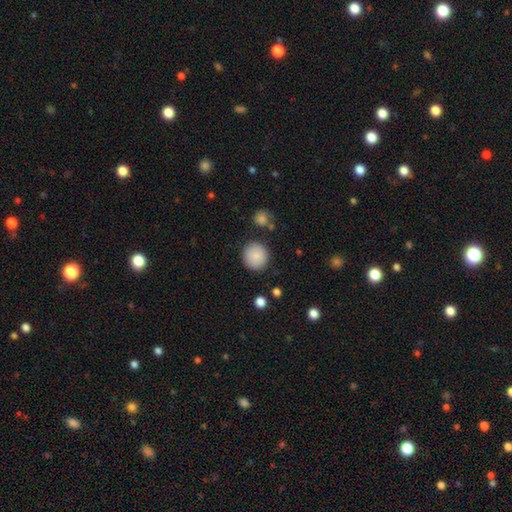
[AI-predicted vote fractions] smooth 86%, star or artifact 8%, featured or disk 5%. Down the decision tree: how rounded — round (93%); merging — none (87%).